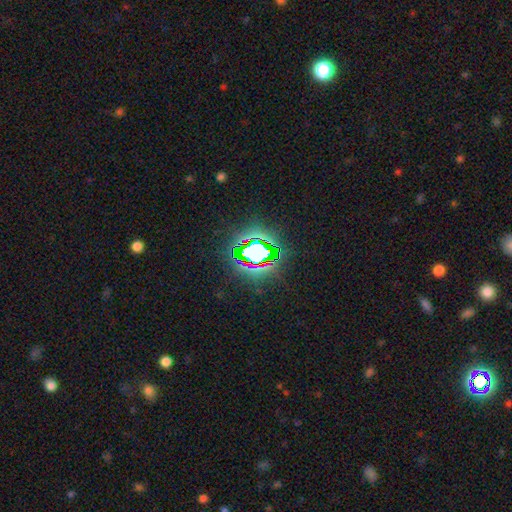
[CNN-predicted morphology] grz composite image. It shows a star or artifact, not a galaxy (70%).